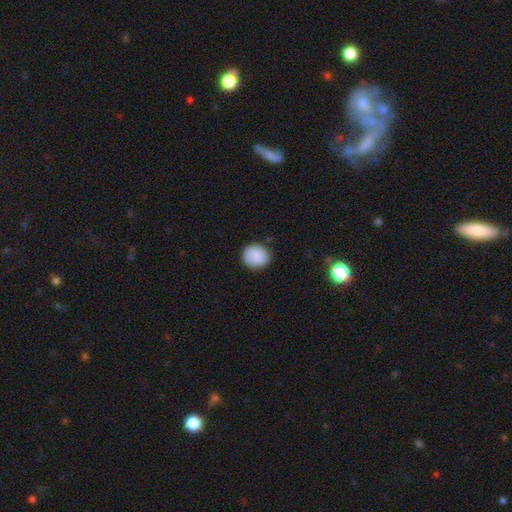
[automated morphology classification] Smooth or featured? smooth (80%)
How rounded? round (83%)
Merging? none (84%)